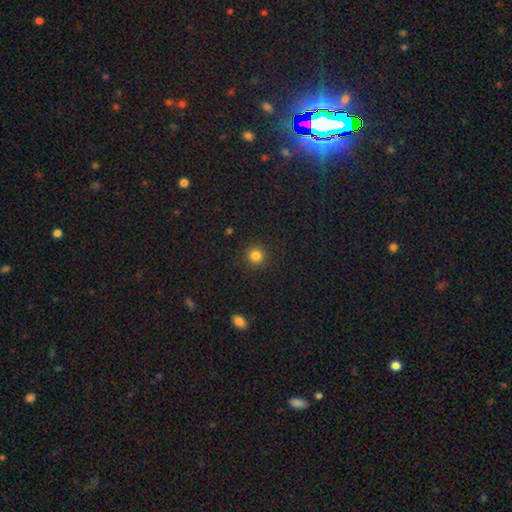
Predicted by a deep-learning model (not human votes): The model was most divided on "smooth or featured": smooth: 83%, star or artifact: 12%, featured or disk: 4%. More confident: how rounded — round (94%); merging — none (91%).